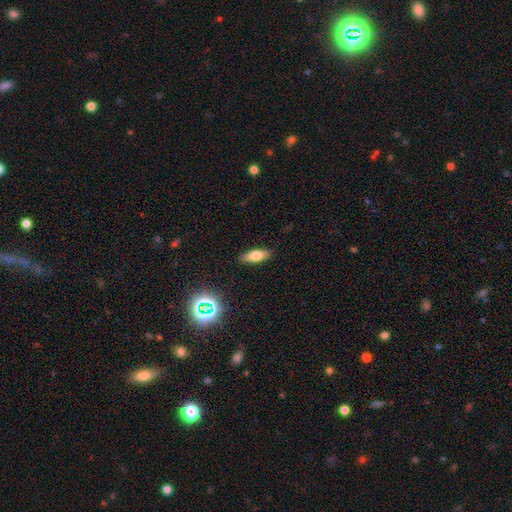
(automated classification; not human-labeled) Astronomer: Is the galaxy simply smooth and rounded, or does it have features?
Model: smooth — 64%.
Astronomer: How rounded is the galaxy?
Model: in between — 61%.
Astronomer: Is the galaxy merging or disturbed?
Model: none — 89%.